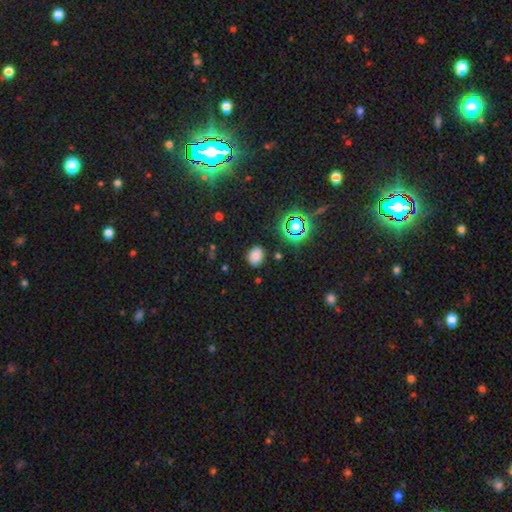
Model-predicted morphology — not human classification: Smooth or featured? smooth (75%)
How rounded? in between (64%)
Merging? none (84%)